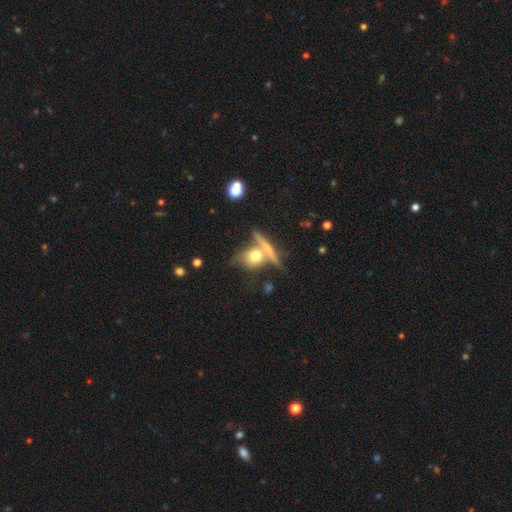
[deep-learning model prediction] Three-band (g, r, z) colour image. It shows a smooth galaxy with no disk features (66%) that is round (67%). Merging: none (48%).